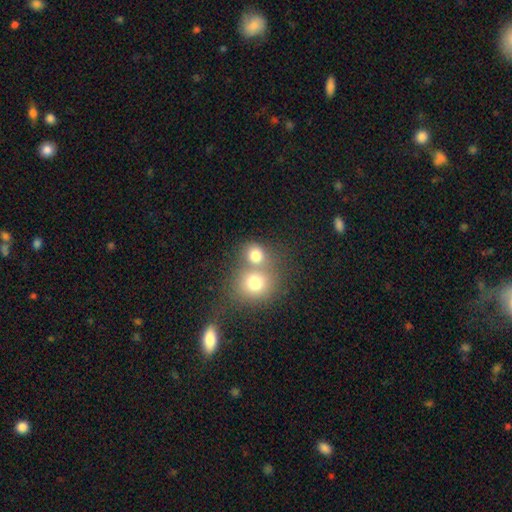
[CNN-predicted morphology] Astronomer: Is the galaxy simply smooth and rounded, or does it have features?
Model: smooth — 76%.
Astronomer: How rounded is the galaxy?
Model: round — 77%.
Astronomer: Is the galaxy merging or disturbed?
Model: merger — 49% (runner-up: none, 41%).